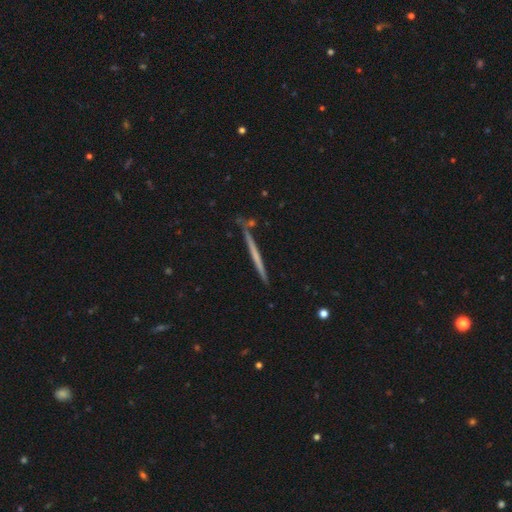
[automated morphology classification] This is possibly a featured or disk galaxy (53%). It is clearly viewed edge-on (98%). Edge-on bulge: clearly none (88%). Merging: clearly none (86%).